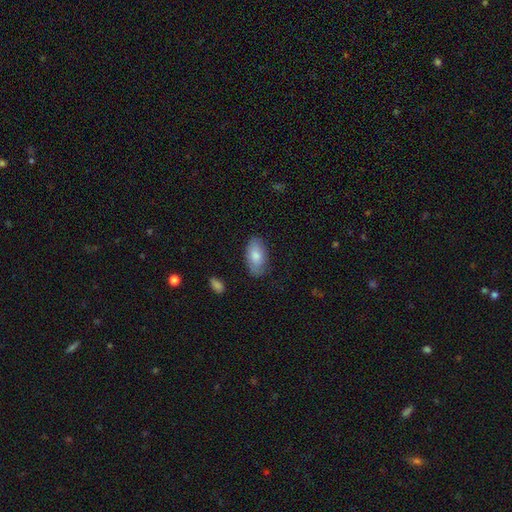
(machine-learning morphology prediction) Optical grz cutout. It shows a smooth galaxy with no disk features (79%) that is in between round and cigar-shaped (94%). Merging: none (75%).